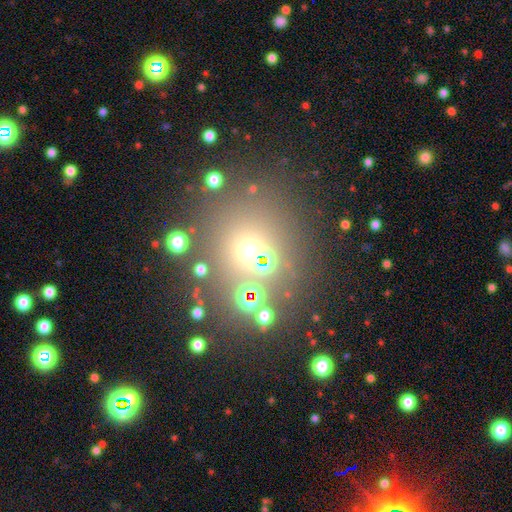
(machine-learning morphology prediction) Smooth or featured? smooth (45%)
Merging? none (72%)